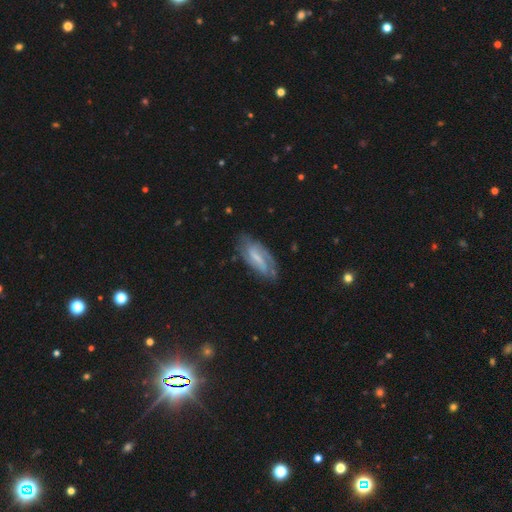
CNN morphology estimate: A featured or disk galaxy (66%) with a weak bar (46%), 2 (55%) tight (41%) spiral arms (86%) and a small central bulge (42%). Merging: none (70%).